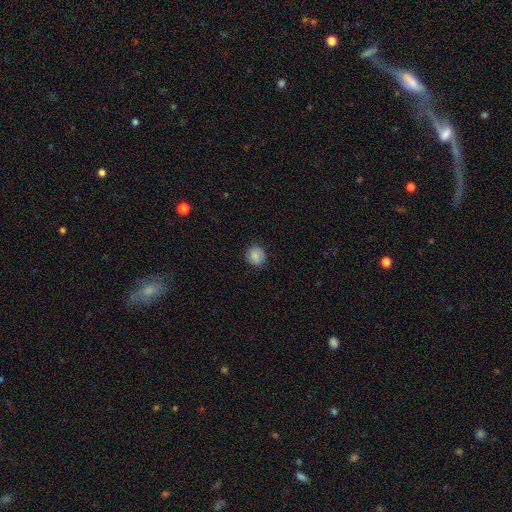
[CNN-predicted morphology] Smooth or featured? Predicted: smooth (p=0.85). How rounded? Predicted: round (p=0.81). Merging? Predicted: none (p=0.84).